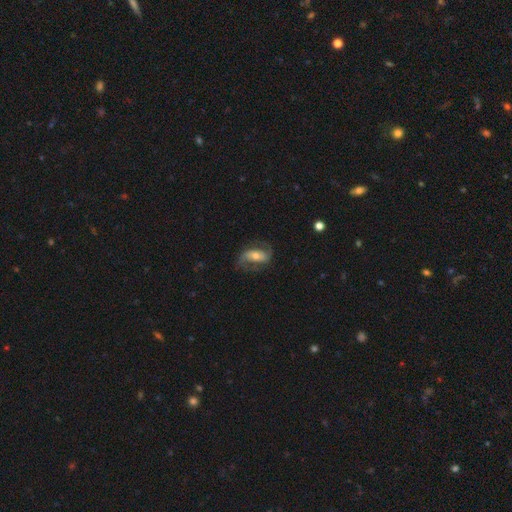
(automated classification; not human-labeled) Smooth or featured?
  - featured or disk: 78% *
  - smooth: 16%
  - star or artifact: 6%
Edge-on disk?
  - no: 96% *
  - yes: 4%
Bar?
  - no: 38% *
  - weak: 34%
  - strong: 27%
Spiral arms?
  - yes: 92% *
  - no: 8%
Spiral winding?
  - medium: 45% *
  - loose: 39%
  - tight: 16%
Spiral arm count?
  - 2: 90% *
  - can't tell: 4%
  - 1: 3%
  - 3: 1%
  - 4: 1%
  - more than 4: 1%
Bulge size?
  - moderate: 57% *
  - small: 33%
  - large: 7%
  - none: 2%
  - dominant: 1%
Merging?
  - none: 69% *
  - minor disturbance: 16%
  - major disturbance: 13%
  - merger: 1%